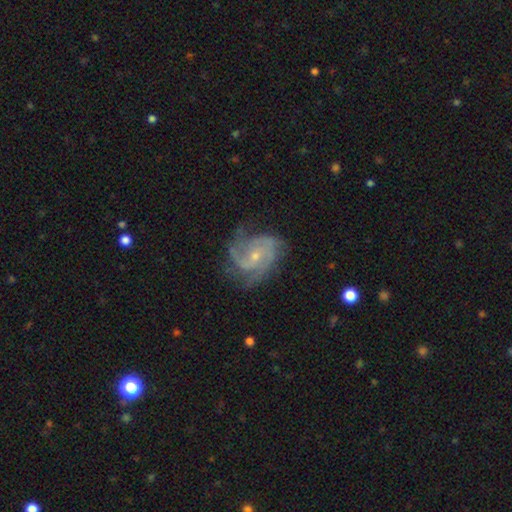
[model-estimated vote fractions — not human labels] Smooth or featured: featured or disk — 87% (smooth — 7%)
Edge-on disk: no — 98% (yes — 2%)
Bar: no — 64% (weak — 30%)
Spiral arms: yes — 97% (no — 3%)
Spiral winding: medium — 49% (tight — 35%)
Spiral arm count: 3 — 38% (2 — 28%)
Bulge size: small — 70% (moderate — 27%)
Merging: none — 66% (minor disturbance — 22%)